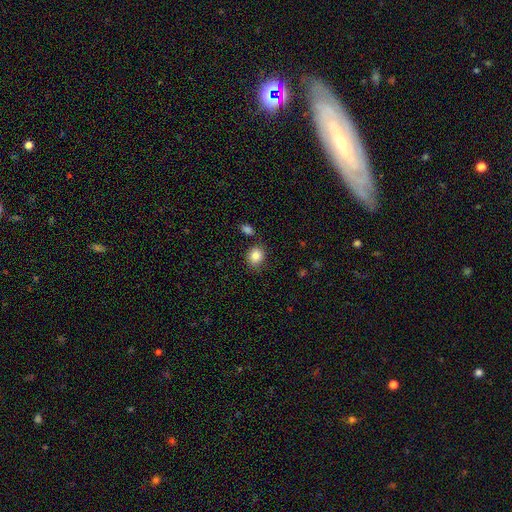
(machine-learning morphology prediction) This appears to be a smooth galaxy with no disk features (85%) that is round (65%). Merging: none (76%).